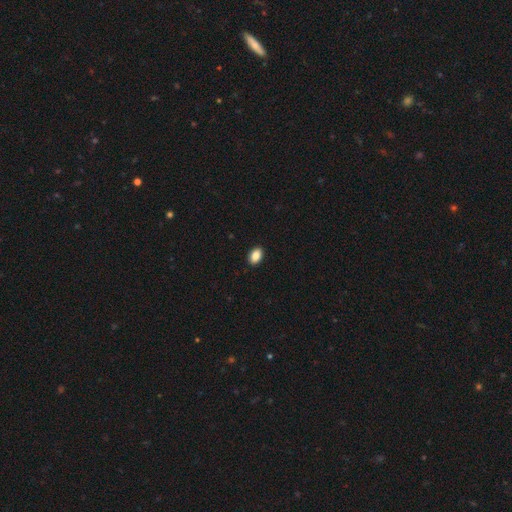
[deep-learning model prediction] Smooth or featured?
  - smooth: 88% *
  - star or artifact: 8%
  - featured or disk: 4%
How rounded?
  - in between: 85% *
  - round: 13%
  - cigar-shaped: 1%
Merging?
  - none: 91% *
  - minor disturbance: 6%
  - major disturbance: 2%
  - merger: 1%